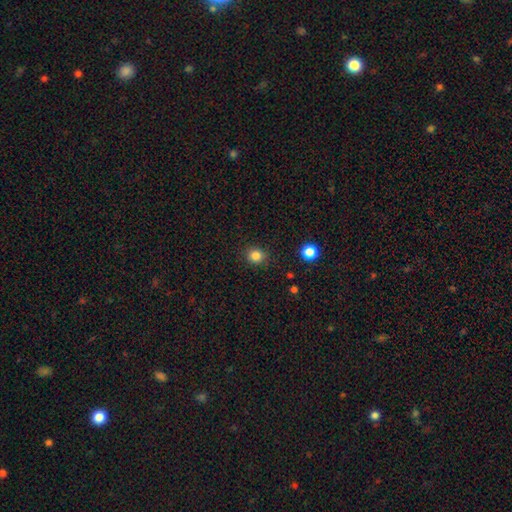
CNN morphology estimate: A smooth galaxy with no disk features (84%) that is round (80%).

Vote fractions:
- Smooth or featured? smooth: 84% / star or artifact: 12% / featured or disk: 4%
- How rounded? round: 80% / in between: 19% / cigar-shaped: 1%
- Merging? none: 89% / minor disturbance: 8% / major disturbance: 2% / merger: 1%